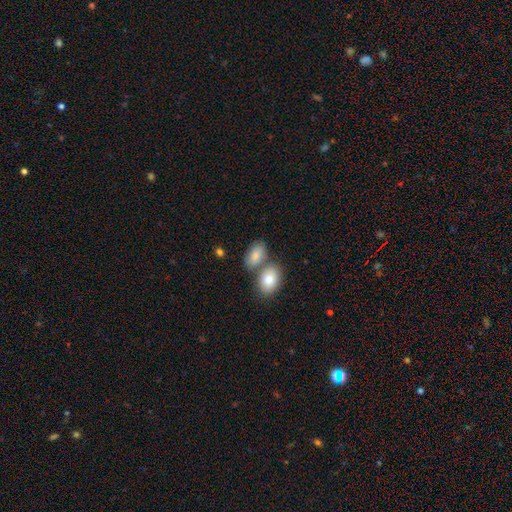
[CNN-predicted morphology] The model was most divided on "merging": none: 46%, merger: 37%, minor disturbance: 12%, major disturbance: 4%. More confident: how rounded — in between (90%); smooth or featured — smooth (82%).